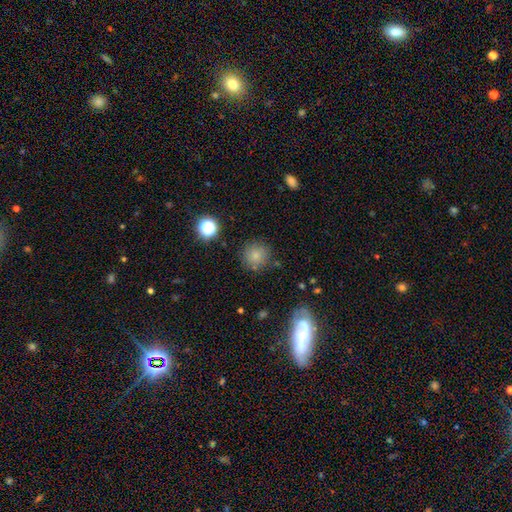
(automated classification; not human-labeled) This appears to be a smooth galaxy with no disk features (79%) that is round (93%). Merging: none (83%).